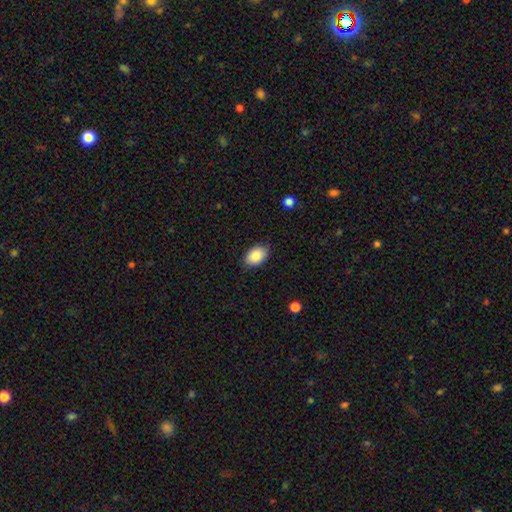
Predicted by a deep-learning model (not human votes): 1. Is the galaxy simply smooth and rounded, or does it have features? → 88% smooth, 7% star or artifact, 5% featured or disk.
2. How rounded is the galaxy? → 87% in between, 12% round, 1% cigar-shaped.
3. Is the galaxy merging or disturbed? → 84% none, 12% minor disturbance, 2% major disturbance, 1% merger.